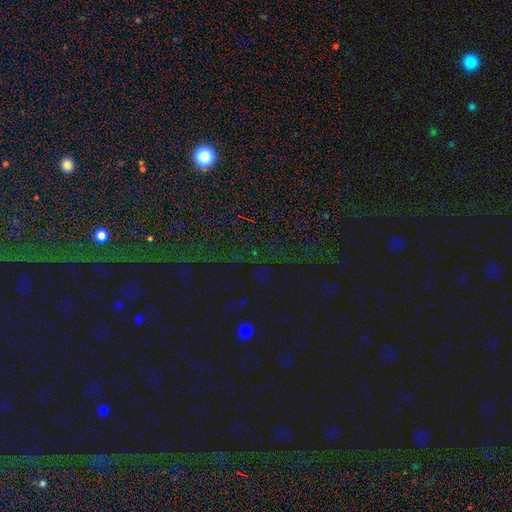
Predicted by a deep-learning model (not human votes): This is clearly a star or artifact rather than a galaxy (82%).